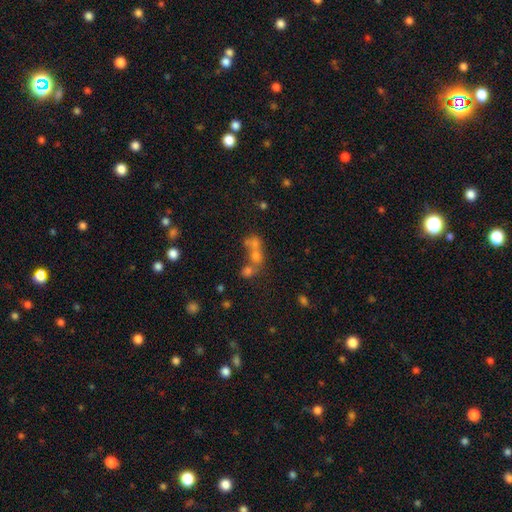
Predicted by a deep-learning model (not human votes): Smooth or featured: smooth — 48% (star or artifact — 28%)
Merging: merger — 56% (none — 29%)